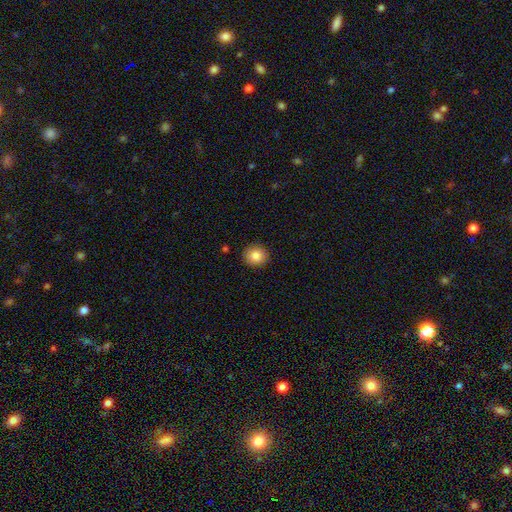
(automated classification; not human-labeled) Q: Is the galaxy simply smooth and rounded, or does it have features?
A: smooth — 85%.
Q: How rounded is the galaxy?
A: round — 85%.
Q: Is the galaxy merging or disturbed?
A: none — 91%.